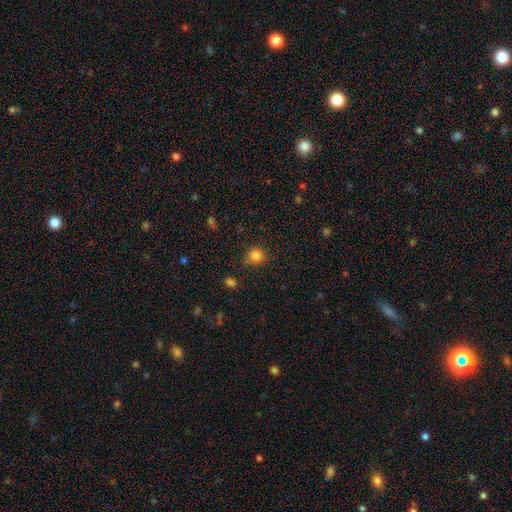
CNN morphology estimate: A smooth galaxy with no disk features (83%) that is round (88%).

Vote fractions:
- Smooth or featured? smooth: 83% / star or artifact: 12% / featured or disk: 4%
- How rounded? round: 88% / in between: 11% / cigar-shaped: 1%
- Merging? none: 81% / minor disturbance: 13% / major disturbance: 3% / merger: 2%